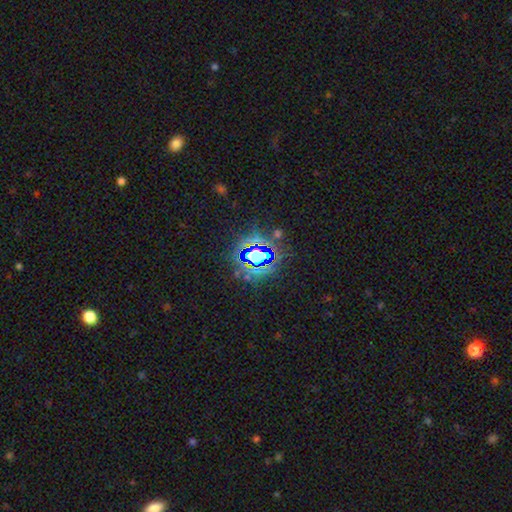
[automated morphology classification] The model was most divided on "smooth or featured": star or artifact: 76%, smooth: 14%, featured or disk: 10%.